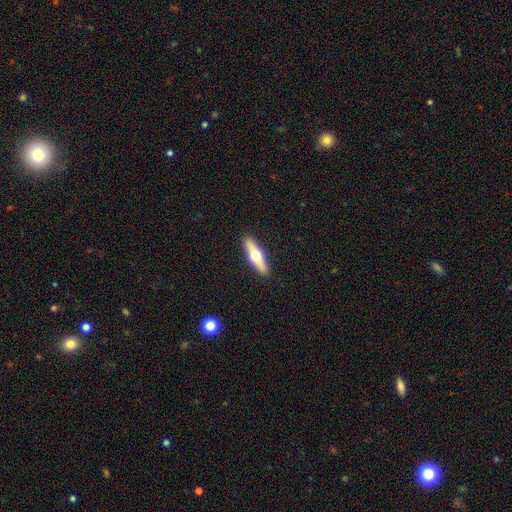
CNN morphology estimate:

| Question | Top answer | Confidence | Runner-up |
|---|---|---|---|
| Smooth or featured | featured or disk | 53% | smooth (42%) |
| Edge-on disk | yes | 92% | no (8%) |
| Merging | none | 91% | minor disturbance (6%) |